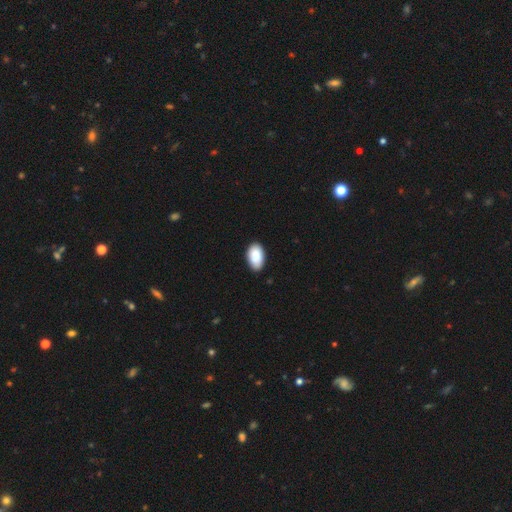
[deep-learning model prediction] smooth_or_featured: smooth (p=0.87) [alt: star or artifact p=0.06]
how_rounded: in between (p=0.94) [alt: round p=0.04]
merging: none (p=0.80) [alt: minor disturbance p=0.16]